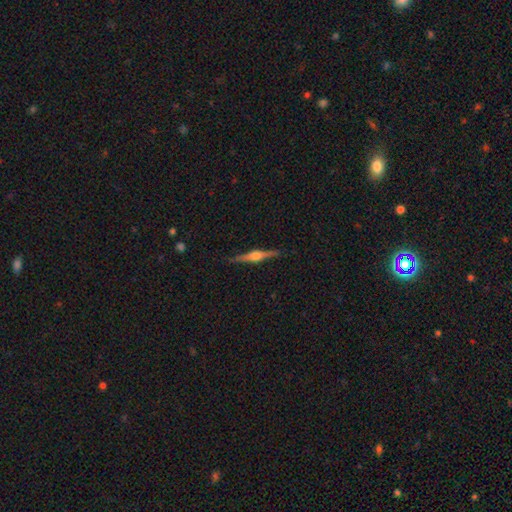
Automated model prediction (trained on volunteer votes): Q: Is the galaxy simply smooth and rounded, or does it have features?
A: featured or disk — 80%.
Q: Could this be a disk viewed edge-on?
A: yes — 98%.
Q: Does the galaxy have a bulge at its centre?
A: rounded — 89%.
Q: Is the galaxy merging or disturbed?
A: none — 90%.